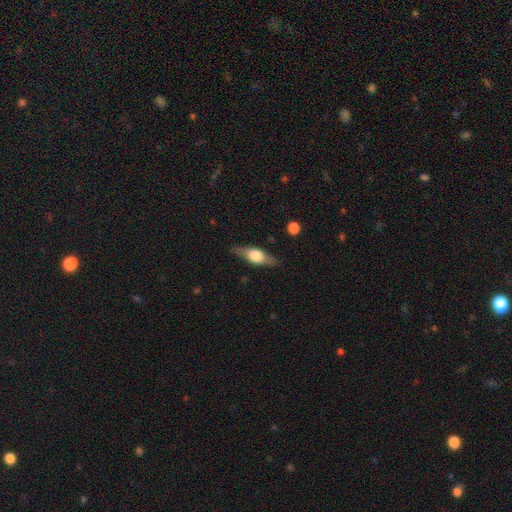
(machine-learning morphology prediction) type=smooth (47%, tied with featured or disk); merging=none (82%).